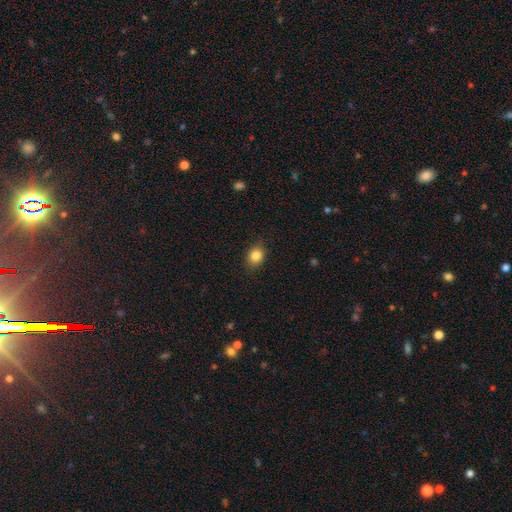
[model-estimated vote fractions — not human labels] smooth 85%, star or artifact 9%, featured or disk 6%. Down the decision tree: how rounded — in between (53%); merging — none (83%).